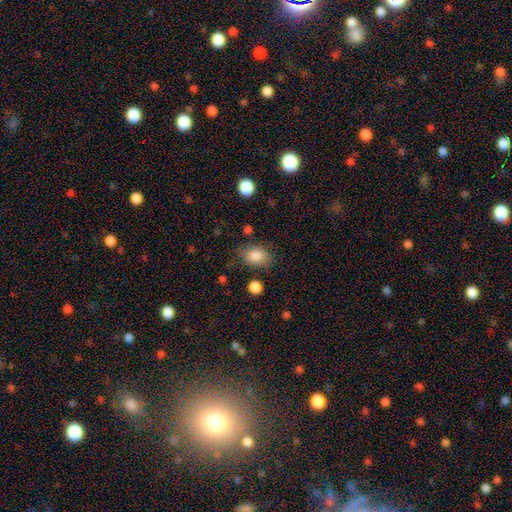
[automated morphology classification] Overall: smooth (86%). How rounded: in between (73%). Merging: none (72%).